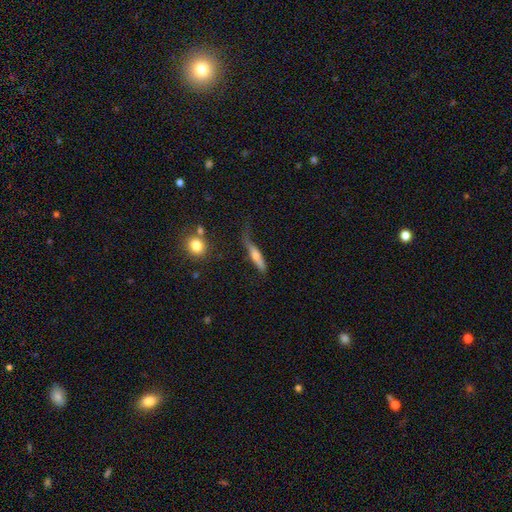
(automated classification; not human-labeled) smooth_or_featured: smooth (p=0.47) [alt: featured or disk p=0.46]
merging: none (p=0.43) [alt: minor disturbance p=0.30]